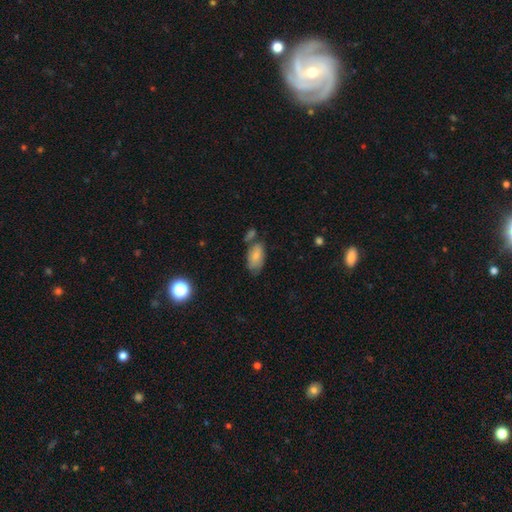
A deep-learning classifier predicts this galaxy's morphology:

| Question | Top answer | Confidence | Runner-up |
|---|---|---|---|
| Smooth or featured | smooth | 79% | featured or disk (14%) |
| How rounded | in between | 93% | round (4%) |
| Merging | none | 52% | minor disturbance (25%) |